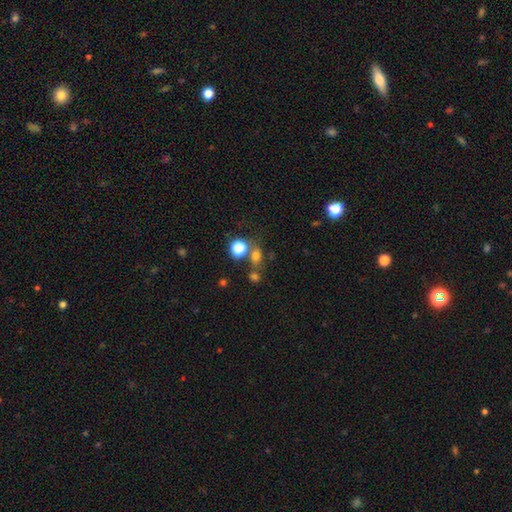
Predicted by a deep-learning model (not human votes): Overall: smooth (66%). How rounded: round (51%; in between 47%). Merging: none (61%; merger 21%).